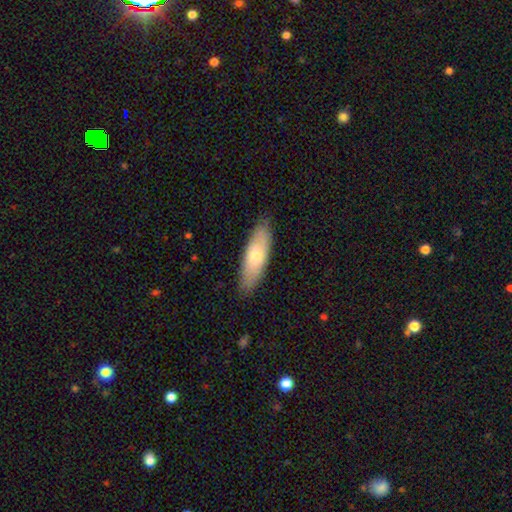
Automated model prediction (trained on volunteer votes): Smooth or featured? Predicted: smooth (p=0.66). How rounded? Predicted: in between (p=0.56). Merging? Predicted: none (p=0.85).